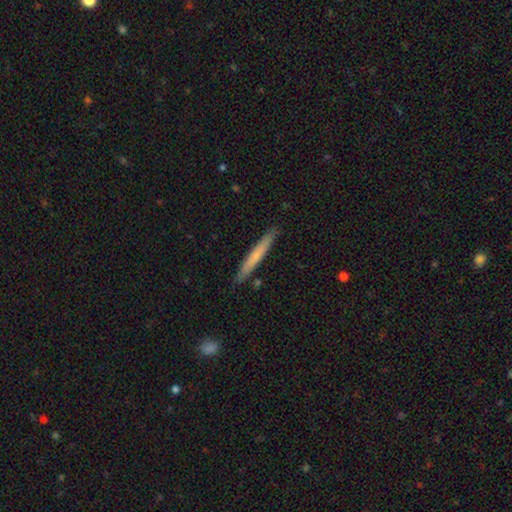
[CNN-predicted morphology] smooth 62%, featured or disk 33%, star or artifact 6%. Down the decision tree: how rounded — cigar-shaped (96%); merging — none (89%).